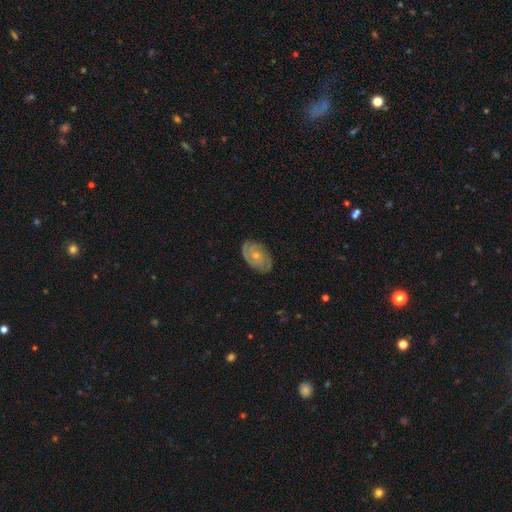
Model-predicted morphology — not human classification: Smooth or featured? Predicted: featured or disk (p=0.76). Edge-on disk? Predicted: no (p=0.96). Bar? Predicted: no (p=0.74). Spiral arms? Predicted: yes (p=0.93). Spiral winding? Predicted: tight (p=0.61). Spiral arm count? Predicted: 2 (p=0.50). Bulge size? Predicted: small (p=0.56). Merging? Predicted: none (p=0.80).